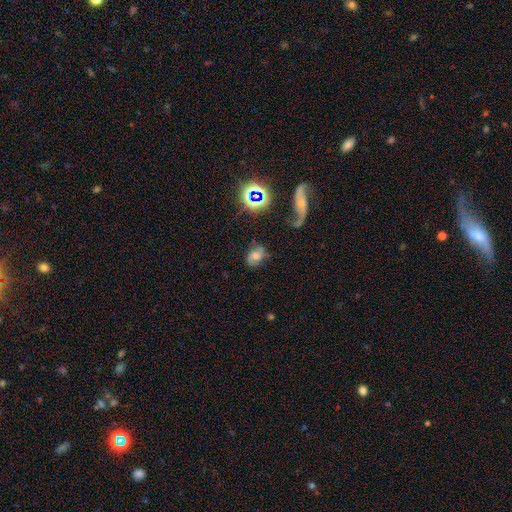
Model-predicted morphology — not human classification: Smooth or featured?
  - featured or disk: 43% *
  - smooth: 40%
  - star or artifact: 17%
Merging?
  - none: 60% *
  - minor disturbance: 22%
  - major disturbance: 14%
  - merger: 4%